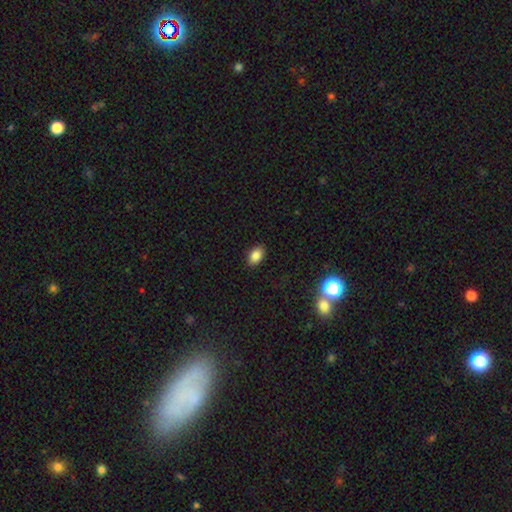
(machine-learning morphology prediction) This appears to be a smooth galaxy with no disk features (86%) that is in between round and cigar-shaped (89%). Merging: none (89%).